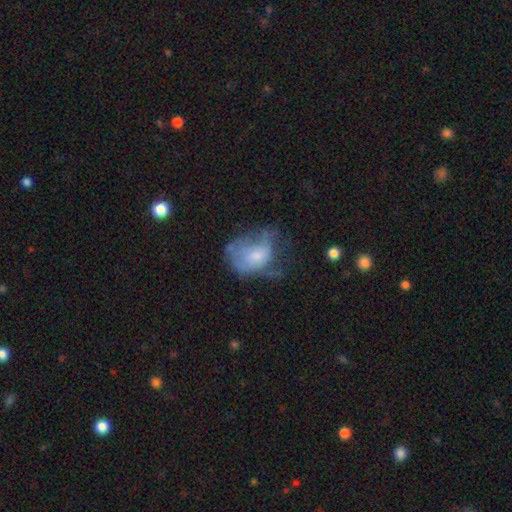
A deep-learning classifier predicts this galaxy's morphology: Smooth or featured: featured or disk — 45% (smooth — 44%)
Merging: major disturbance — 39% (none — 30%)